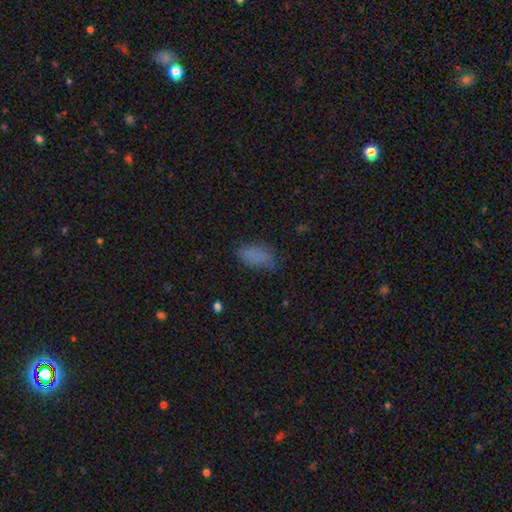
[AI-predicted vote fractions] Smooth or featured: smooth — 81% (star or artifact — 11%)
How rounded: in between — 89% (cigar-shaped — 8%)
Merging: none — 69% (minor disturbance — 22%)